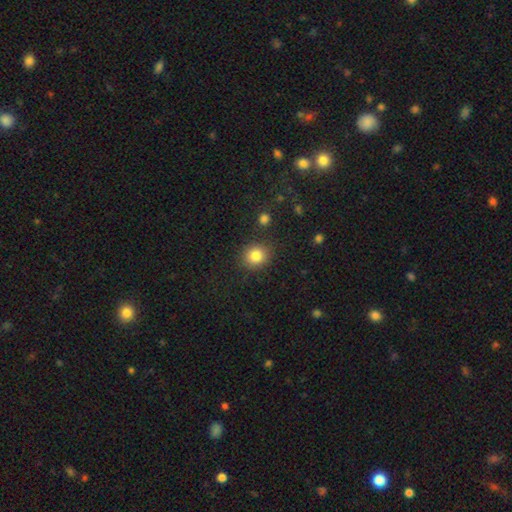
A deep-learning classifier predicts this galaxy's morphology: This appears to be a smooth galaxy with no disk features (84%) that is round (80%). Merging: none (85%).